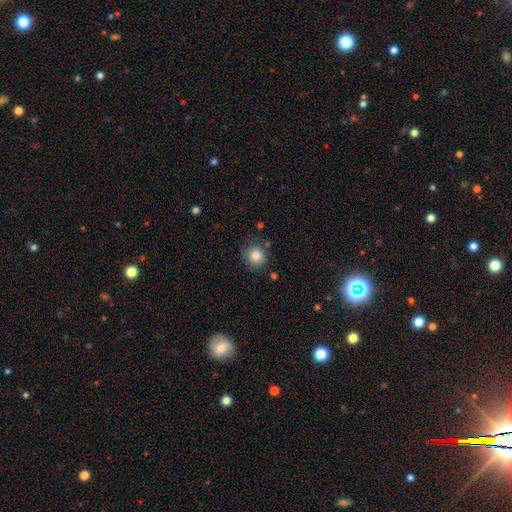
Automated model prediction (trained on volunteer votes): Overall: smooth (84%). How rounded: round (87%). Merging: none (74%).